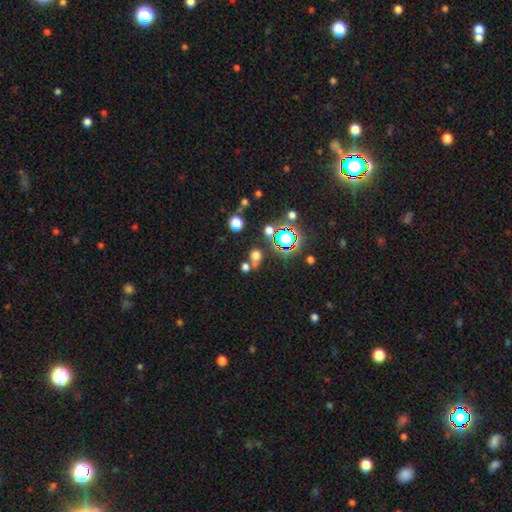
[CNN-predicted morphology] type=smooth (60%); roundness=round (57%); merging=none (54%).